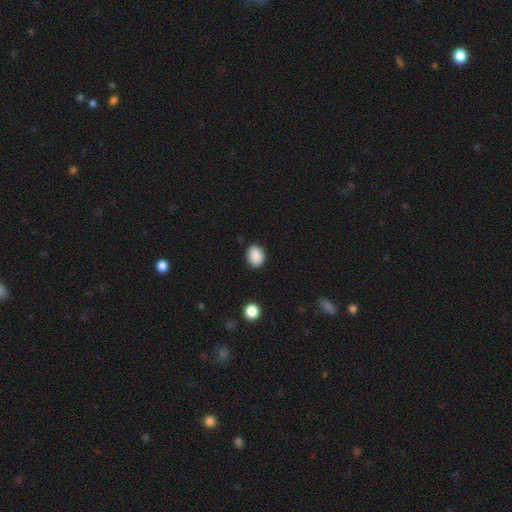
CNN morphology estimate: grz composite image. It shows a smooth galaxy with no disk features (89%) that is in between round and cigar-shaped (62%). Merging: none (85%).